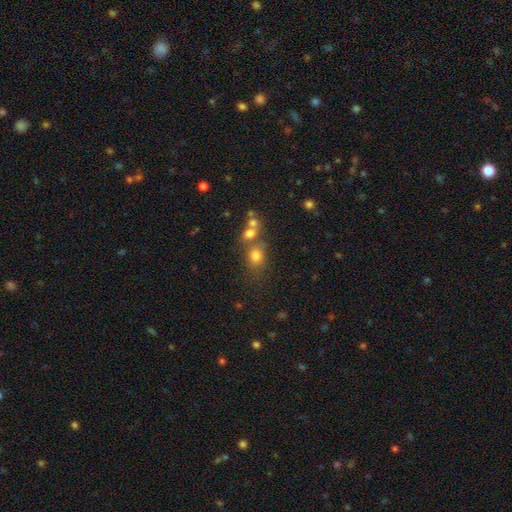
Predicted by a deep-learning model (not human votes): This appears to be a smooth galaxy with no disk features (74%) that is in between round and cigar-shaped (50%). Merging: none (46%).